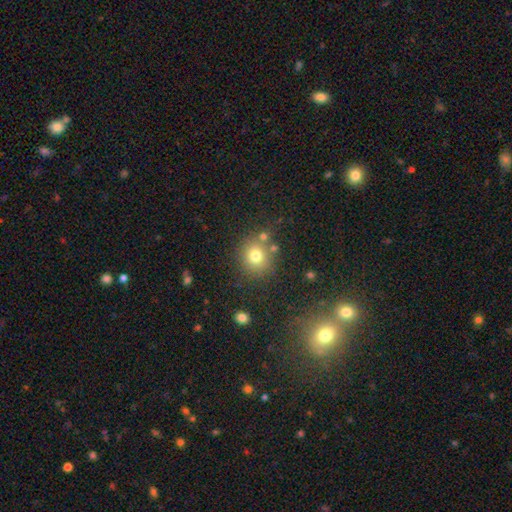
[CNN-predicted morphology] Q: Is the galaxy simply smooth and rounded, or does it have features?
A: smooth — 75%.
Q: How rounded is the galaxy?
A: round — 86%.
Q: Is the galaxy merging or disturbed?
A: none — 77%.